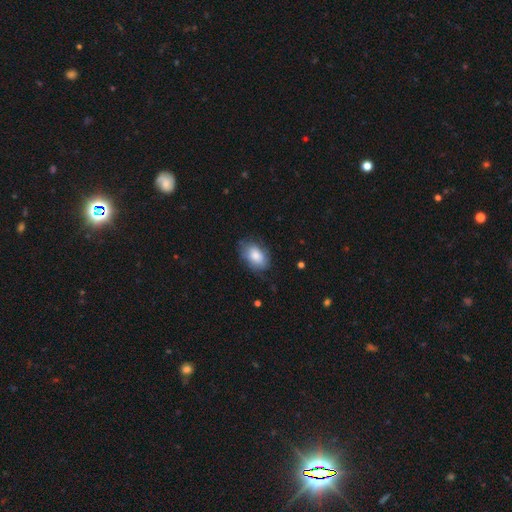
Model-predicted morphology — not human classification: Q: Smooth or featured?
A: smooth (80%); runner-up: featured or disk (14%)
Q: How rounded?
A: in between (87%); runner-up: round (11%)
Q: Merging?
A: none (72%); runner-up: minor disturbance (22%)